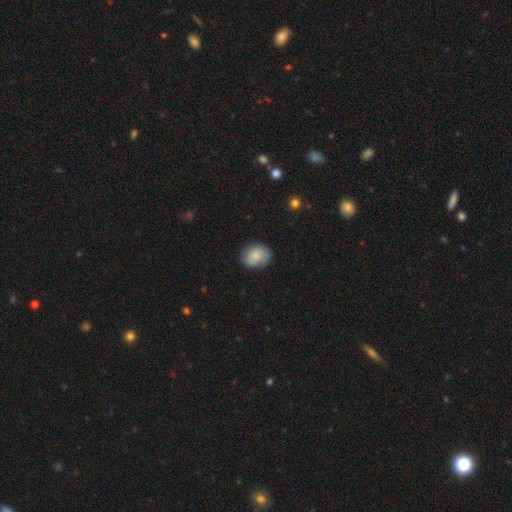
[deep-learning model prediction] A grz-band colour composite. It shows a smooth galaxy with no disk features (77%) that is in between round and cigar-shaped (51%). Merging: none (77%).